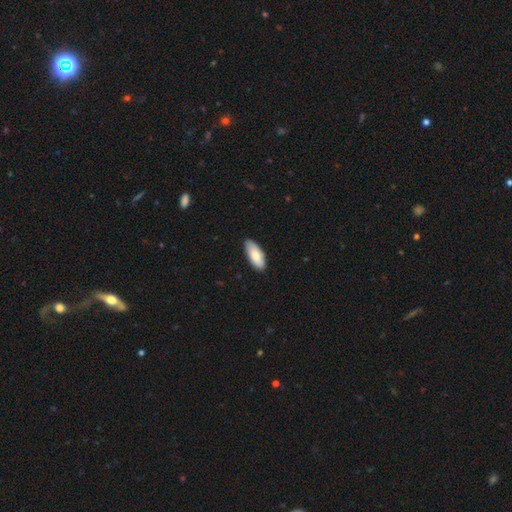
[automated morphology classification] type=smooth (79%); roundness=in between (84%); merging=none (87%).